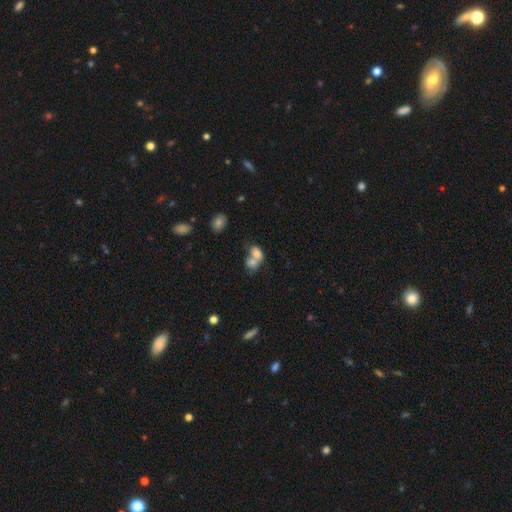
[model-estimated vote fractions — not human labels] smooth-or-featured: smooth: 71% | featured or disk: 19% | star or artifact: 10%
  how-rounded: in between: 72% | round: 26% | cigar-shaped: 2%
  merging: merger: 70% | none: 17% | minor disturbance: 7% | major disturbance: 5%